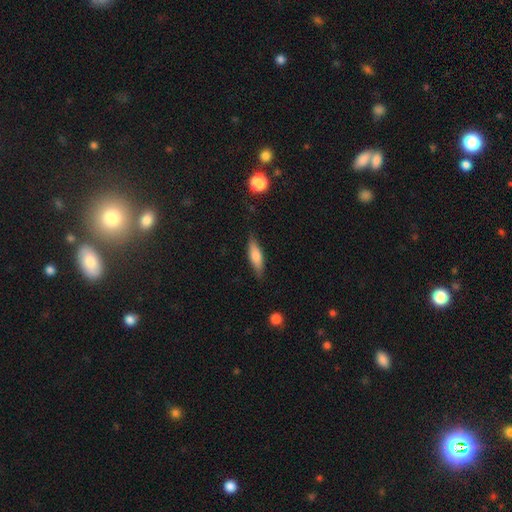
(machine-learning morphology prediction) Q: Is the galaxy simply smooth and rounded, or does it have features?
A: smooth — 70%.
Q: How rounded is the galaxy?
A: cigar-shaped — 55%.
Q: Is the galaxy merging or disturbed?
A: none — 81%.